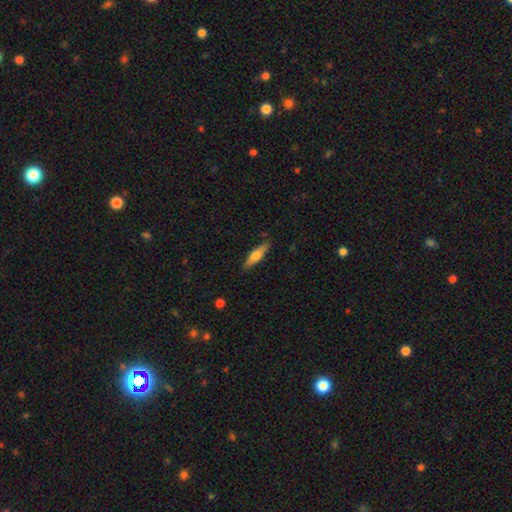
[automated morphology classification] A smooth galaxy with no disk features (56%) that is cigar-shaped (70%).

Vote fractions:
- Smooth or featured? smooth: 56% / featured or disk: 37% / star or artifact: 6%
- How rounded? cigar-shaped: 70% / in between: 28% / round: 2%
- Merging? none: 85% / minor disturbance: 11% / major disturbance: 2% / merger: 2%